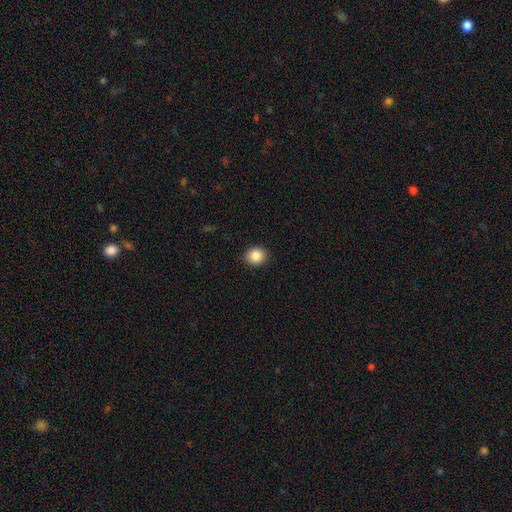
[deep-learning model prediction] Smooth or featured? smooth (86%)
How rounded? round (73%)
Merging? none (91%)